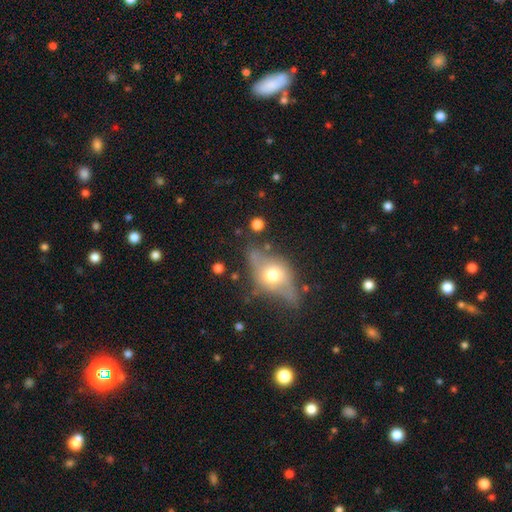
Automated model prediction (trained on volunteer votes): Smooth or featured? Predicted: featured or disk (p=0.56). Edge-on disk? Predicted: yes (p=0.61). Merging? Predicted: none (p=0.61).